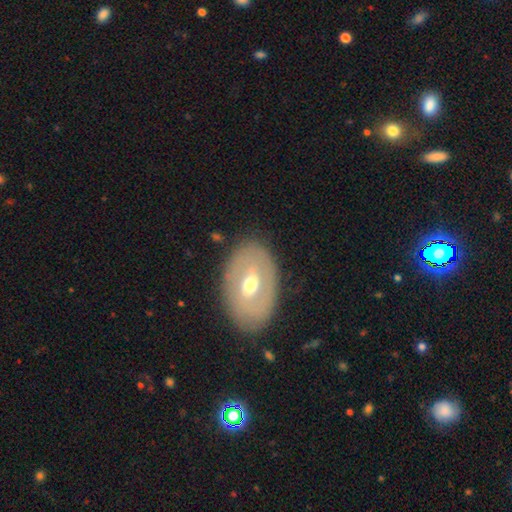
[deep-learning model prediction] Overall: featured or disk (59%; smooth 35%). Edge-on disk: no (90%). Bar: weak (45%; no 34%). Spiral arms: no (69%; yes 31%). Bulge size: moderate (71%). Merging: none (83%).